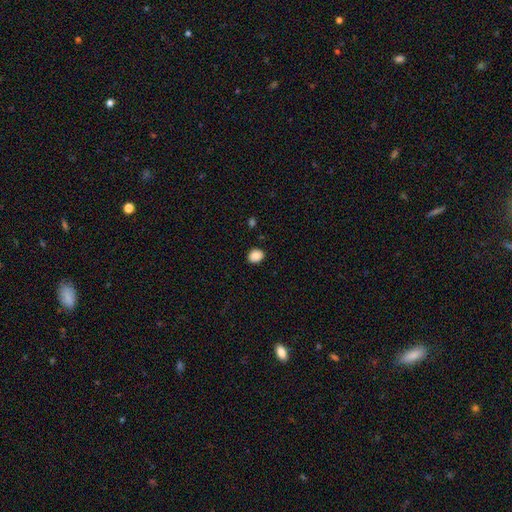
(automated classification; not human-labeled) The model was most divided on "how rounded": round: 52%, in between: 47%, cigar-shaped: 1%. More confident: merging — none (89%); smooth or featured — smooth (88%).